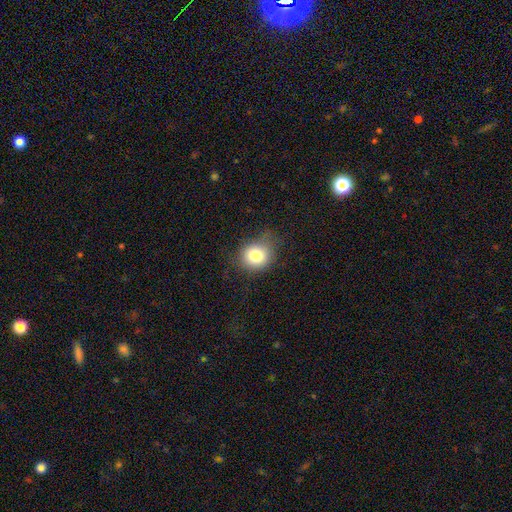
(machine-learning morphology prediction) smooth_or_featured: smooth (p=0.80) [alt: star or artifact p=0.11]
how_rounded: round (p=0.79) [alt: in between p=0.20]
merging: none (p=0.67) [alt: minor disturbance p=0.24]